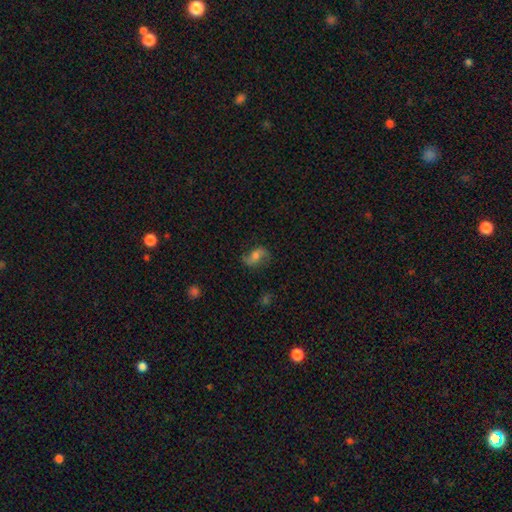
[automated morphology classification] This appears to be a featured or disk galaxy (57%) with no bar (48%), spiral arms (88%) and a moderate central bulge (56%). Merging: none (71%).